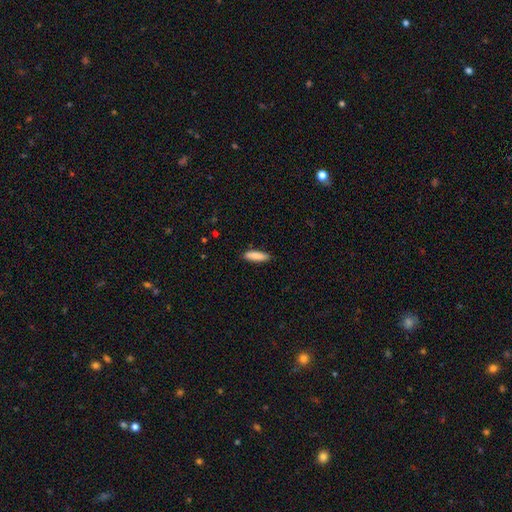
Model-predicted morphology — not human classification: Overall: smooth (88%). How rounded: cigar-shaped (57%; in between 42%). Merging: none (85%).